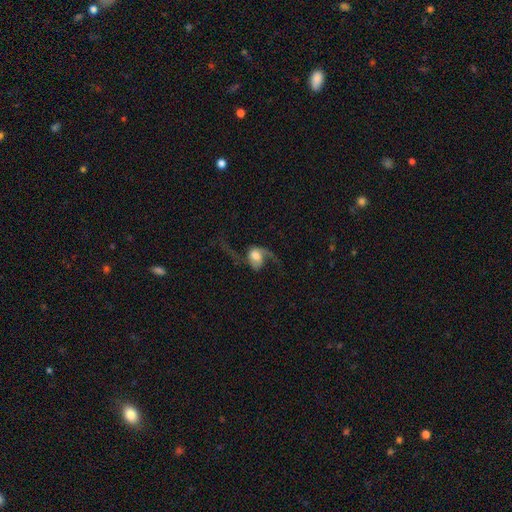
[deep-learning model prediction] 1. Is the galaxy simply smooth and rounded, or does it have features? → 71% featured or disk, 22% smooth, 7% star or artifact.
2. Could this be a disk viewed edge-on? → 95% no, 5% yes.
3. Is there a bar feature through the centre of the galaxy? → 54% no, 33% weak, 13% strong.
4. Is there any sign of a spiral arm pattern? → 89% yes, 11% no.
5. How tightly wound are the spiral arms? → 85% loose, 12% medium, 3% tight.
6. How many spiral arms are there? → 83% 2, 12% 1, 2% can't tell, 1% 3, 1% 4, 1% more than 4.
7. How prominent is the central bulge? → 38% moderate, 36% large, 12% small, 9% dominant, 5% none.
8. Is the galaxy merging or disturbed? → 43% none, 38% major disturbance, 15% minor disturbance, 4% merger.